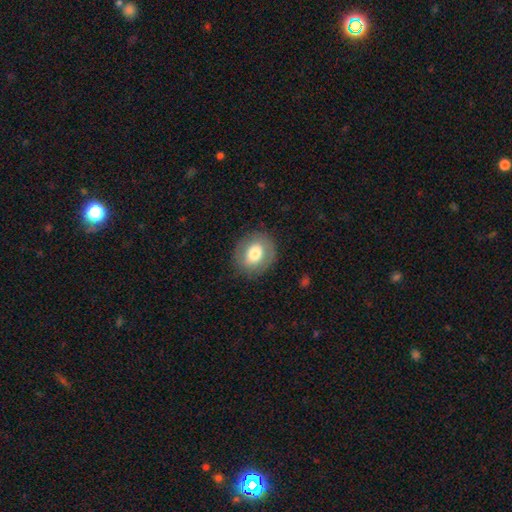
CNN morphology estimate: smooth_or_featured: smooth (p=0.61) [alt: featured or disk p=0.29]
how_rounded: round (p=0.73) [alt: in between p=0.26]
merging: none (p=0.87) [alt: minor disturbance p=0.09]